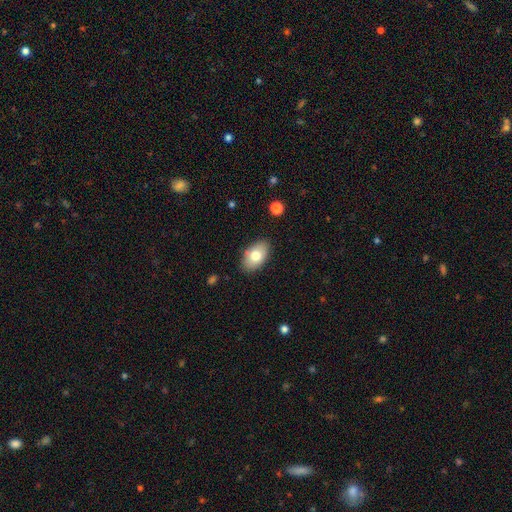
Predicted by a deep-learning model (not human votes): Overall: smooth (76%). How rounded: in between (91%). Merging: none (85%).